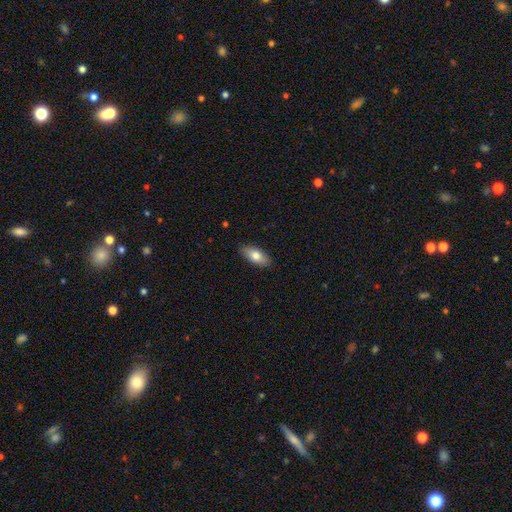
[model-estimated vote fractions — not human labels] Smooth or featured?
  - smooth: 79% *
  - featured or disk: 15%
  - star or artifact: 6%
How rounded?
  - in between: 87% *
  - cigar-shaped: 10%
  - round: 3%
Merging?
  - none: 88% *
  - minor disturbance: 9%
  - major disturbance: 2%
  - merger: 1%